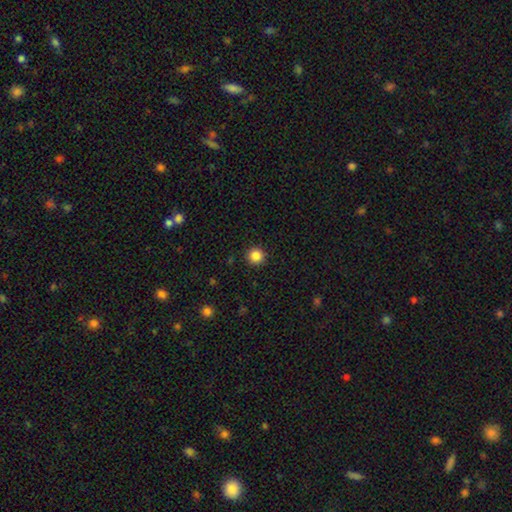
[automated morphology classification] Smooth or featured?
  - smooth: 86% *
  - star or artifact: 11%
  - featured or disk: 3%
How rounded?
  - round: 95% *
  - in between: 4%
  - cigar-shaped: 1%
Merging?
  - none: 92% *
  - minor disturbance: 5%
  - major disturbance: 2%
  - merger: 1%